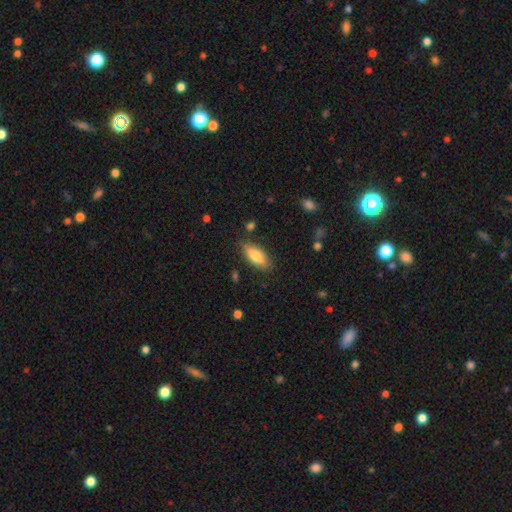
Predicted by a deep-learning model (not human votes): smooth_or_featured: smooth (p=0.82) [alt: featured or disk p=0.12]
how_rounded: in between (p=0.75) [alt: cigar-shaped p=0.24]
merging: none (p=0.82) [alt: minor disturbance p=0.13]